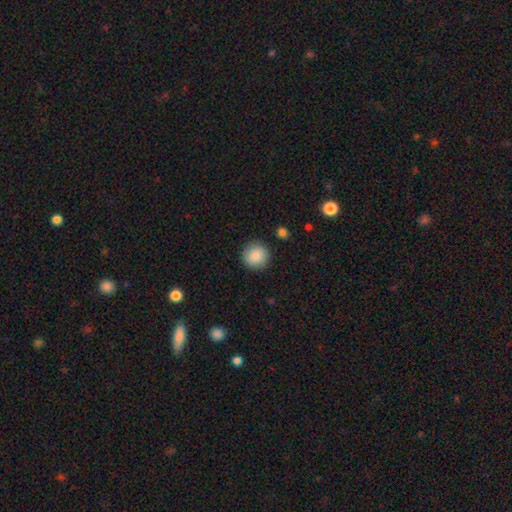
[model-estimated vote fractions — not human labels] Overall: smooth (88%). How rounded: round (94%). Merging: none (90%).